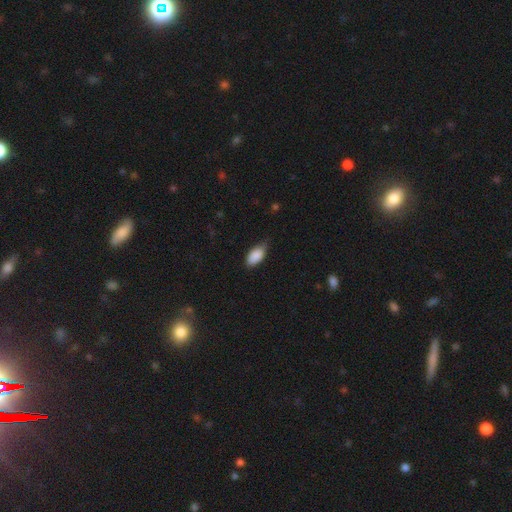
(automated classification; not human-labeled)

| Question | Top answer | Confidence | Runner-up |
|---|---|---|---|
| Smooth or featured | smooth | 88% | star or artifact (6%) |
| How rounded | in between | 93% | cigar-shaped (4%) |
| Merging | none | 60% | minor disturbance (34%) |